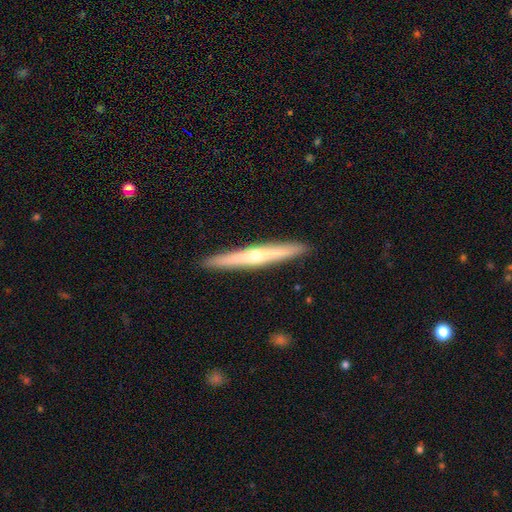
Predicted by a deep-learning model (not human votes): Morphology: type=featured or disk (63%); edge-on=yes (97%); edge-on bulge=rounded (79%); merging=none (93%).